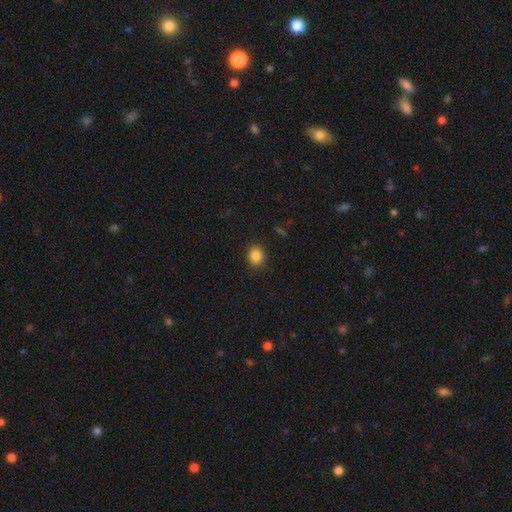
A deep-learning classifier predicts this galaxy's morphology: Overall: smooth (85%). How rounded: round (72%). Merging: none (89%).